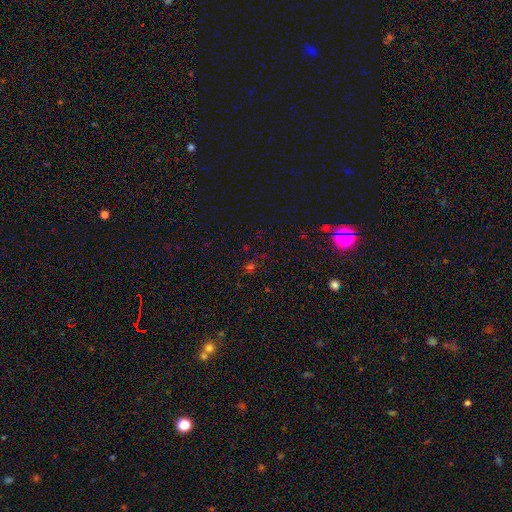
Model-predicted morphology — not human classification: Q: Smooth or featured?
A: star or artifact (52%); runner-up: smooth (41%)